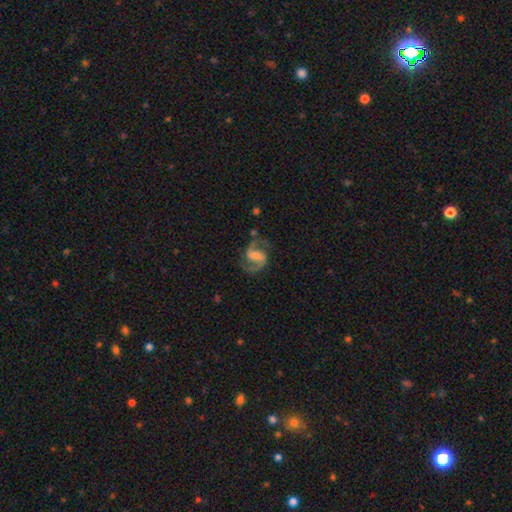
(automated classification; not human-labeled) Overall: featured or disk (88%). Edge-on disk: no (98%). Bar: weak (48%; strong 33%). Spiral arms: yes (97%). Spiral arm count: 2 (93%). Spiral winding: medium (61%; loose 24%). Bulge size: small (35%; moderate 33%). Merging: none (74%).